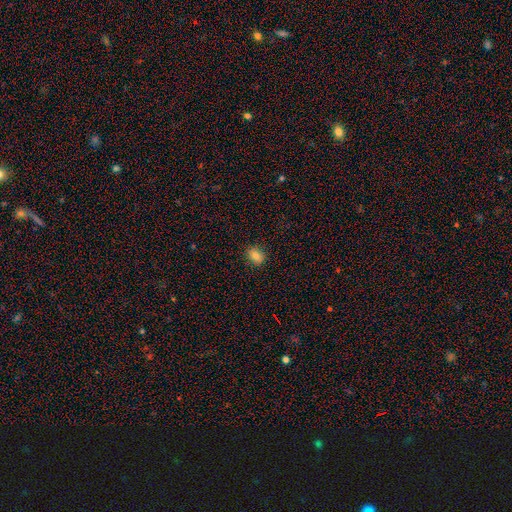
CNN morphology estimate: This is likely a smooth galaxy (79%). How rounded: likely in between (60%). Merging: clearly none (88%).